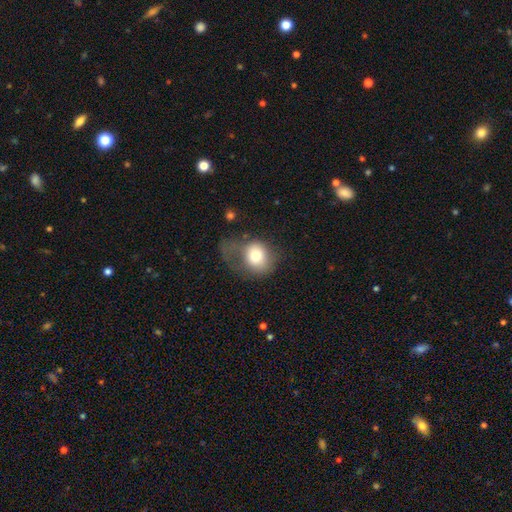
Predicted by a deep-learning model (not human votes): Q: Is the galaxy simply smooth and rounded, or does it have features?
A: smooth — 74%.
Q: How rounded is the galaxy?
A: round — 60%.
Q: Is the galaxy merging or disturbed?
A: major disturbance — 46%.